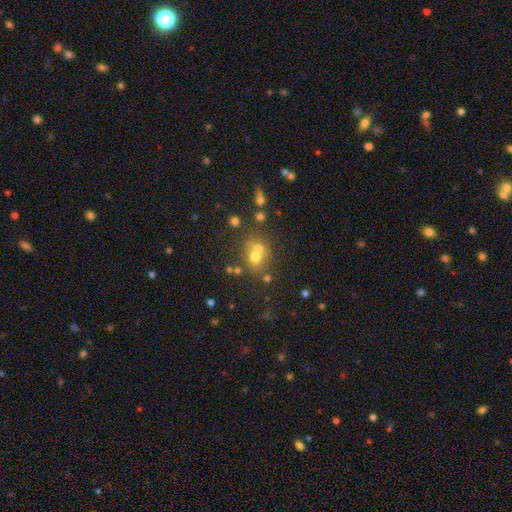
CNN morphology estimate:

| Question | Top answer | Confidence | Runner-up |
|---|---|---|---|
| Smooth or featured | smooth | 55% | star or artifact (25%) |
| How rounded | round | 75% | in between (24%) |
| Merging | merger | 45% | none (43%) |